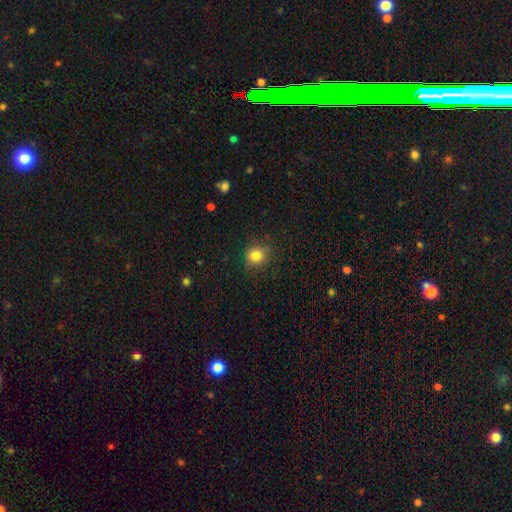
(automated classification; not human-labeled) smooth_or_featured: smooth (p=0.82) [alt: star or artifact p=0.12]
how_rounded: round (p=0.82) [alt: in between p=0.17]
merging: none (p=0.80) [alt: minor disturbance p=0.15]